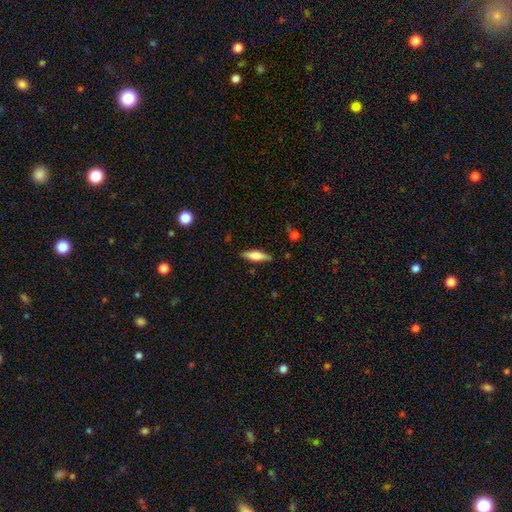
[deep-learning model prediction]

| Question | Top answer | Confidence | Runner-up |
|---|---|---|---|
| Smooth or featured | smooth | 63% | featured or disk (30%) |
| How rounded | cigar-shaped | 58% | in between (39%) |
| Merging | none | 85% | minor disturbance (11%) |